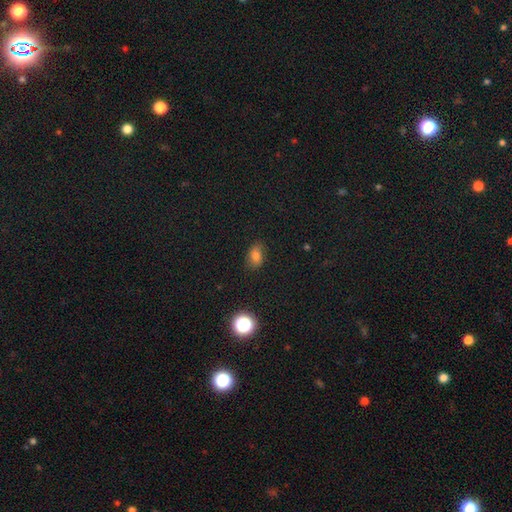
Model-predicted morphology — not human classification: Smooth or featured?
  - smooth: 76% *
  - star or artifact: 15%
  - featured or disk: 9%
How rounded?
  - in between: 82% *
  - round: 16%
  - cigar-shaped: 2%
Merging?
  - none: 76% *
  - minor disturbance: 18%
  - major disturbance: 4%
  - merger: 1%